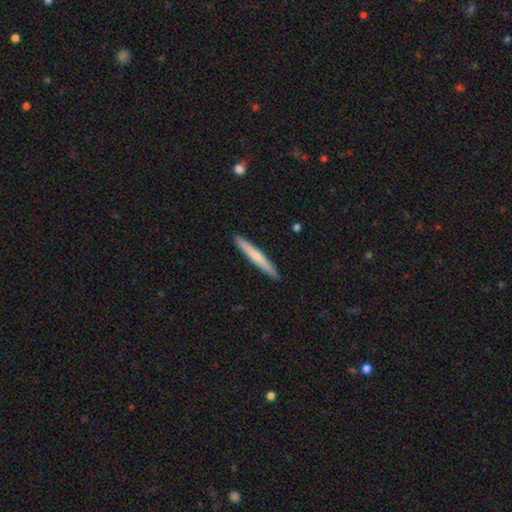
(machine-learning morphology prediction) The model was most divided on "smooth or featured": smooth: 63%, featured or disk: 33%, star or artifact: 5%. More confident: how rounded — cigar-shaped (96%); merging — none (92%).